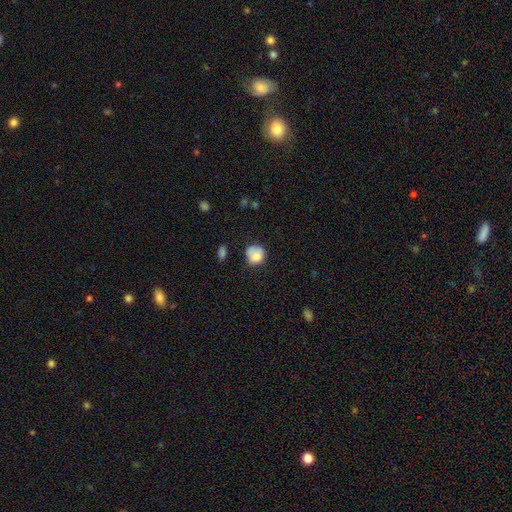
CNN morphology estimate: smooth_or_featured: smooth (p=0.74) [alt: featured or disk p=0.16]
how_rounded: round (p=0.71) [alt: in between p=0.28]
merging: none (p=0.44) [alt: minor disturbance p=0.29]